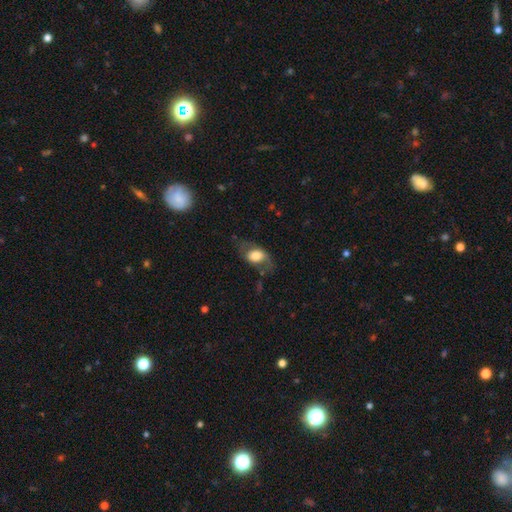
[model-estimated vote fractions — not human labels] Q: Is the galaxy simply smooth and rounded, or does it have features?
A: smooth — 62%.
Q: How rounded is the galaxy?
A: in between — 84%.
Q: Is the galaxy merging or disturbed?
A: none — 54%.